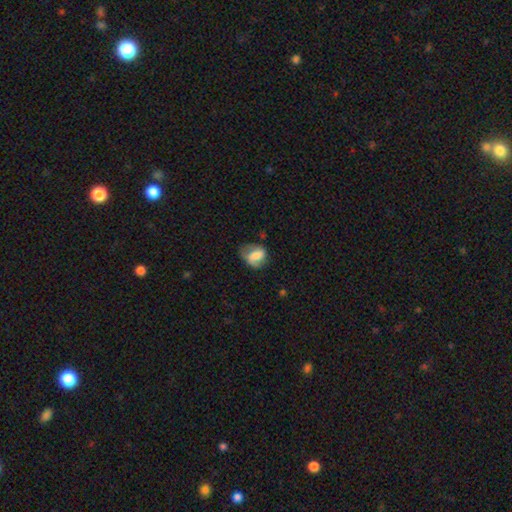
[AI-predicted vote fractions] smooth-or-featured: smooth: 54% | featured or disk: 38% | star or artifact: 8%
  how-rounded: in between: 57% | round: 41% | cigar-shaped: 2%
  merging: none: 50% | minor disturbance: 31% | major disturbance: 17% | merger: 2%